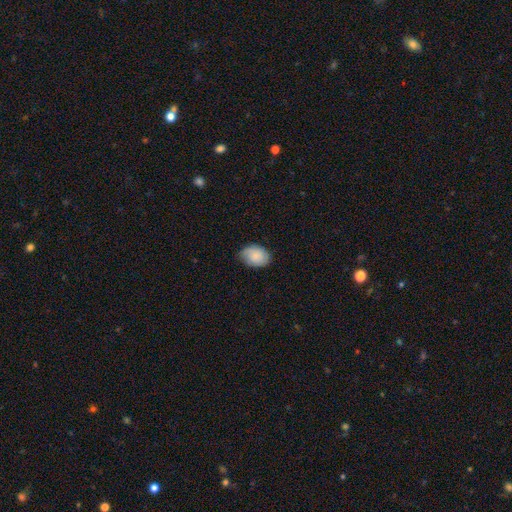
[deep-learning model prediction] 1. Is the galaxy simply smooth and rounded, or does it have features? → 77% smooth, 16% featured or disk, 7% star or artifact.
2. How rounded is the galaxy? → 81% in between, 18% round, 1% cigar-shaped.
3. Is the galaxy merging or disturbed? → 78% none, 18% minor disturbance, 3% major disturbance, 1% merger.